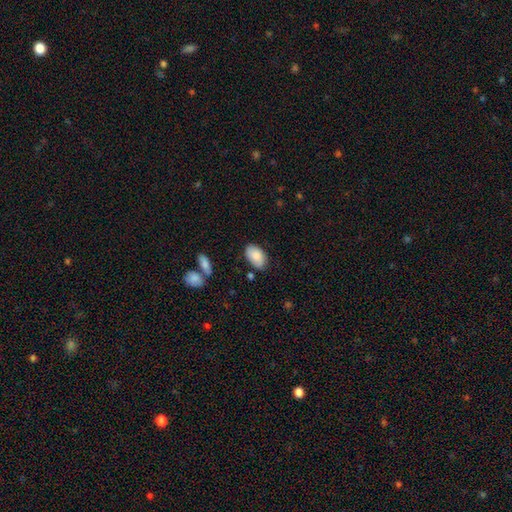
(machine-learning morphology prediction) smooth-or-featured: smooth: 85% | featured or disk: 8% | star or artifact: 6%
  how-rounded: in between: 93% | round: 5% | cigar-shaped: 1%
  merging: none: 77% | minor disturbance: 16% | major disturbance: 3% | merger: 3%